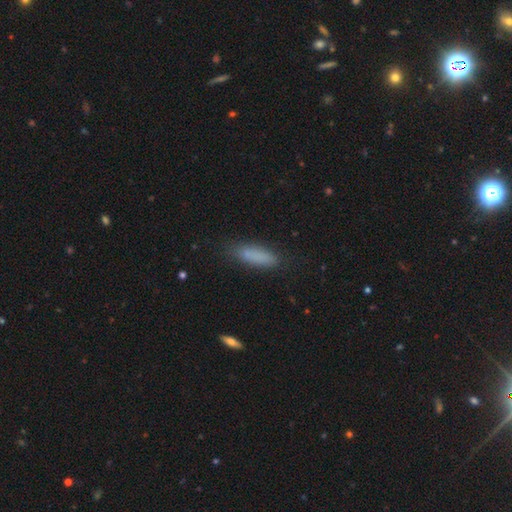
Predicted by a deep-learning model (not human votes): Smooth or featured? smooth (84%)
How rounded? cigar-shaped (58%)
Merging? none (82%)